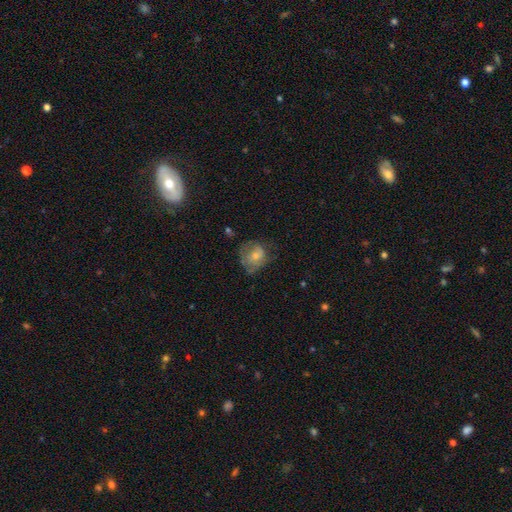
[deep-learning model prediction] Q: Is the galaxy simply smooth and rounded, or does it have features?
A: smooth — 60%.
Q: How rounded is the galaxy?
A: round — 58%.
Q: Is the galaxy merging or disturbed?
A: none — 39%.